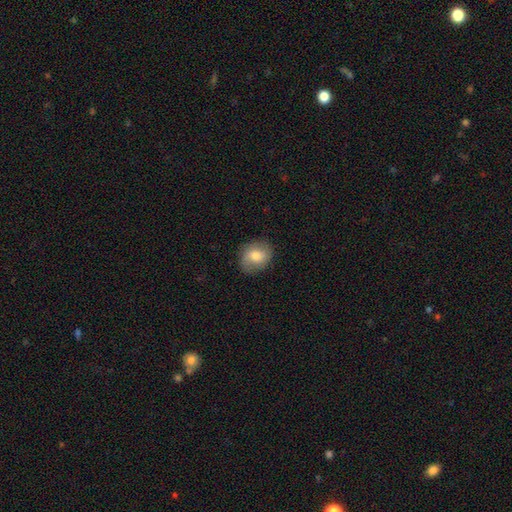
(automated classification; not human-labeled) smooth_or_featured: smooth (p=0.66) [alt: featured or disk p=0.26]
how_rounded: round (p=0.59) [alt: in between p=0.40]
merging: none (p=0.80) [alt: minor disturbance p=0.15]